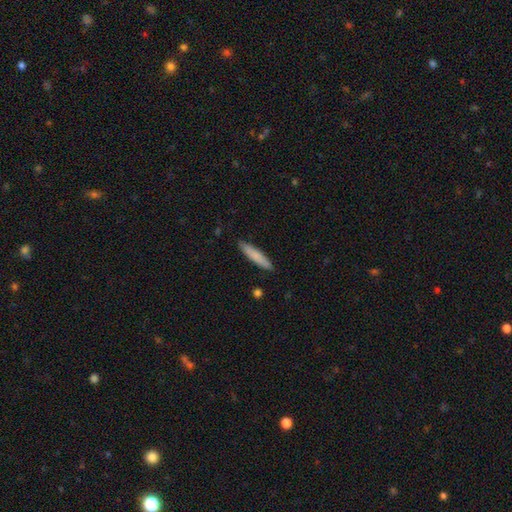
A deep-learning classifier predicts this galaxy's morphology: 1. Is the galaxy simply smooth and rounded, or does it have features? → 79% smooth, 15% featured or disk, 5% star or artifact.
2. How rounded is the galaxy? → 88% cigar-shaped, 11% in between, 1% round.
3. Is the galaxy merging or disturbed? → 89% none, 8% minor disturbance, 2% major disturbance, 1% merger.